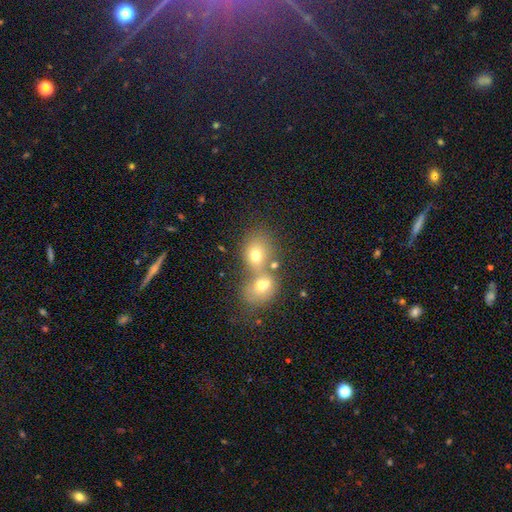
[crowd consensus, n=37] A smooth galaxy with no disk features (73%) that is round (81%).

Vote fractions:
- Smooth or featured? smooth: 73% / featured or disk: 24% / star or artifact: 3%
- How rounded? round: 81% / in between: 19% / cigar-shaped: 0%
- Merging? merger: 56% / none: 31% / minor disturbance: 8% / major disturbance: 6%